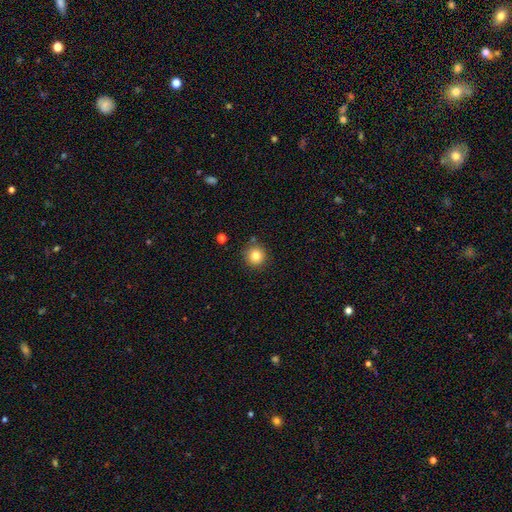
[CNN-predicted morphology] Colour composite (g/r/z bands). It shows a smooth galaxy with no disk features (82%) that is round (94%). Merging: none (86%).